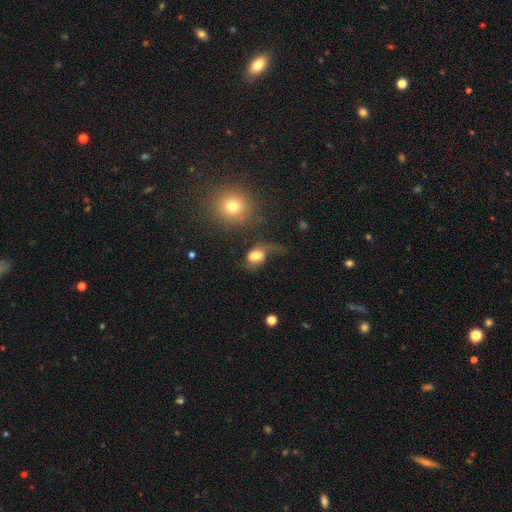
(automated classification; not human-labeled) This is likely a smooth galaxy (65%). How rounded: possibly in between (59%). Merging: possibly major disturbance (46%).